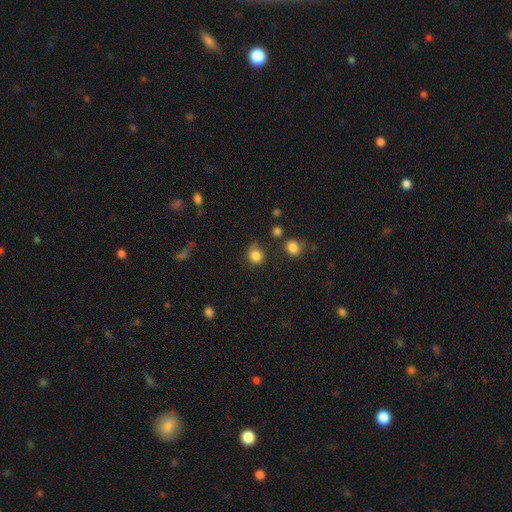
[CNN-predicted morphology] type=smooth (83%); roundness=round (81%); merging=none (64%).